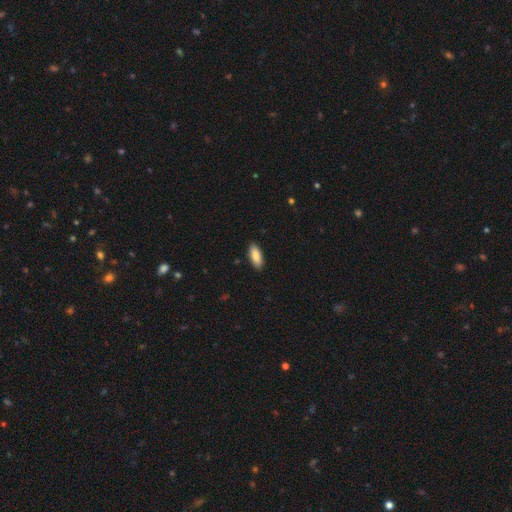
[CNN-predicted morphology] smooth-or-featured: smooth: 87% | featured or disk: 7% | star or artifact: 6%
  how-rounded: in between: 78% | cigar-shaped: 21% | round: 2%
  merging: none: 89% | minor disturbance: 8% | major disturbance: 2% | merger: 1%